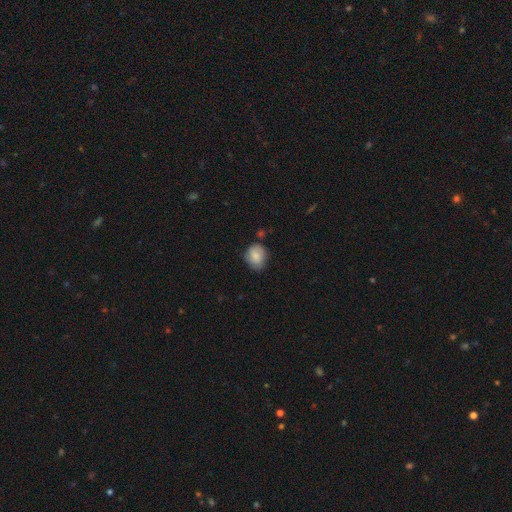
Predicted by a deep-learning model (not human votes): The model was most divided on "how rounded": round: 57%, in between: 42%, cigar-shaped: 1%. More confident: smooth or featured — smooth (76%); merging — none (66%).